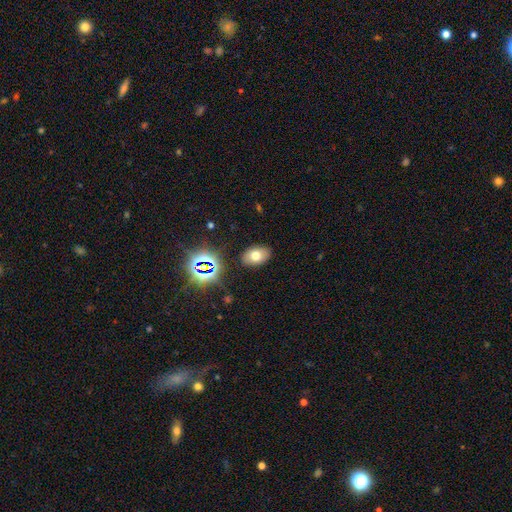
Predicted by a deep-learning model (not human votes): This is likely a smooth galaxy (68%). How rounded: clearly in between (85%). Merging: clearly none (86%).